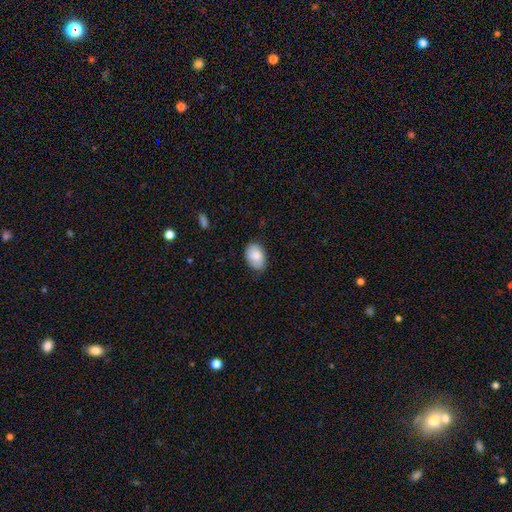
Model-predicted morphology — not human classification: This appears to be a smooth galaxy with no disk features (82%) that is in between round and cigar-shaped (85%). Merging: none (76%).